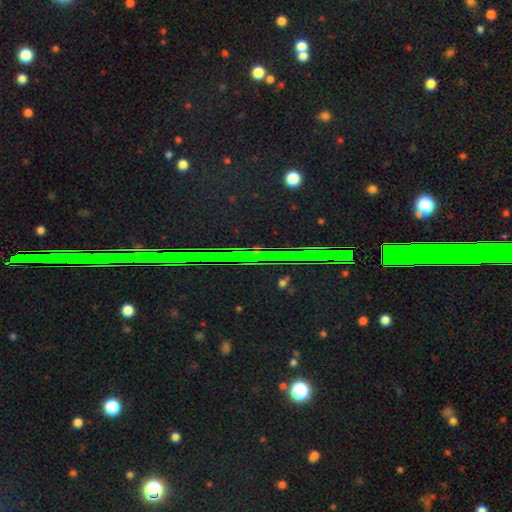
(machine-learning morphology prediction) Smooth or featured? star or artifact (84%)